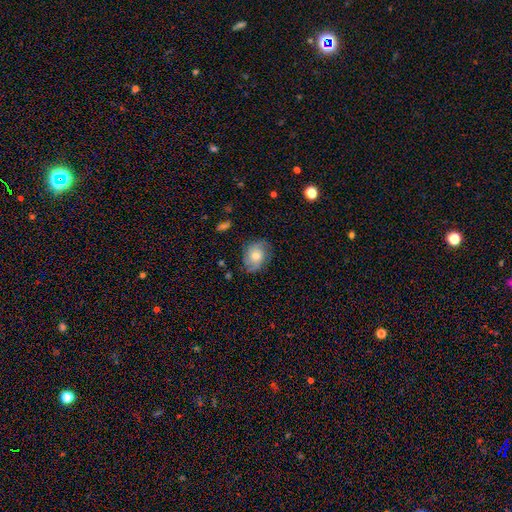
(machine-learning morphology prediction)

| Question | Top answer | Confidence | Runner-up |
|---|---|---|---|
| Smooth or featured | featured or disk | 48% | smooth (44%) |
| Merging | none | 72% | minor disturbance (20%) |